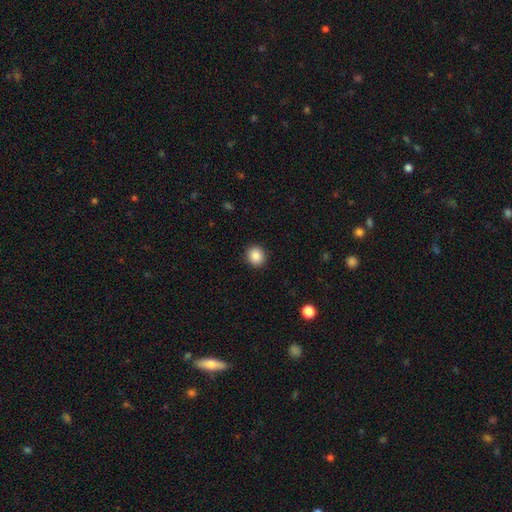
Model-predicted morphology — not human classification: Smooth or featured: smooth — 87% (star or artifact — 9%)
How rounded: round — 86% (in between — 13%)
Merging: none — 92% (minor disturbance — 5%)